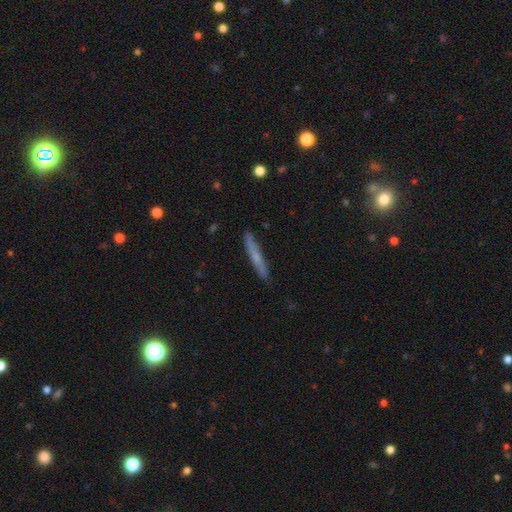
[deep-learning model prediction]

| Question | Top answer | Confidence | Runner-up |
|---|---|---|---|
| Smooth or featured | smooth | 55% | featured or disk (38%) |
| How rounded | cigar-shaped | 95% | in between (3%) |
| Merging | none | 87% | minor disturbance (10%) |